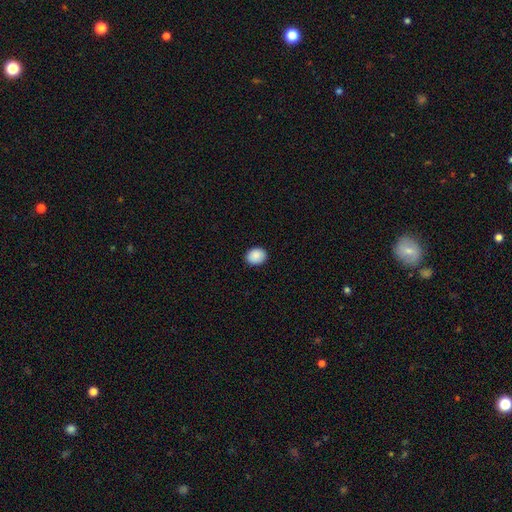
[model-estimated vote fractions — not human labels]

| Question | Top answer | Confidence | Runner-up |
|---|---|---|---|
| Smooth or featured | smooth | 89% | star or artifact (7%) |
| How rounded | round | 53% | in between (46%) |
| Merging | none | 89% | minor disturbance (8%) |